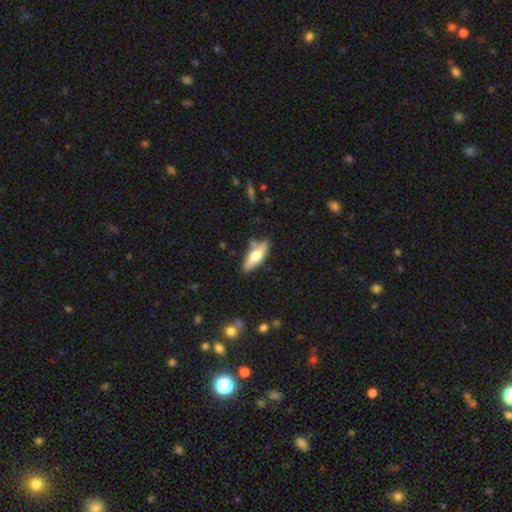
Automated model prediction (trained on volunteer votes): smooth 57%, featured or disk 37%, star or artifact 6%. Down the decision tree: how rounded — in between (55%); merging — none (69%).